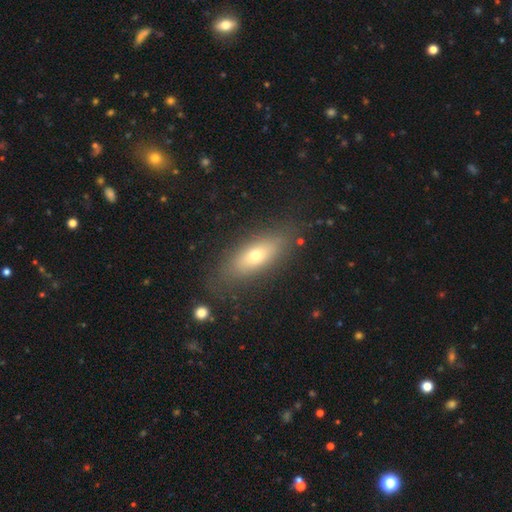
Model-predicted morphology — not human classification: Q: Smooth or featured?
A: smooth (60%); runner-up: featured or disk (30%)
Q: How rounded?
A: in between (62%); runner-up: cigar-shaped (33%)
Q: Merging?
A: none (80%); runner-up: minor disturbance (13%)